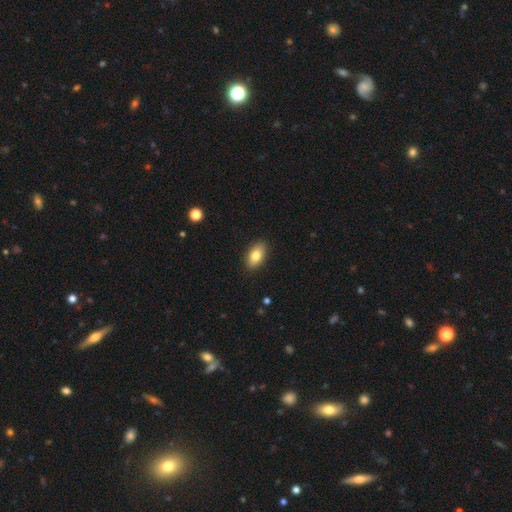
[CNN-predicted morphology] smooth-or-featured: smooth: 80% | featured or disk: 12% | star or artifact: 7%
  how-rounded: in between: 91% | round: 6% | cigar-shaped: 3%
  merging: none: 89% | minor disturbance: 8% | major disturbance: 2% | merger: 1%